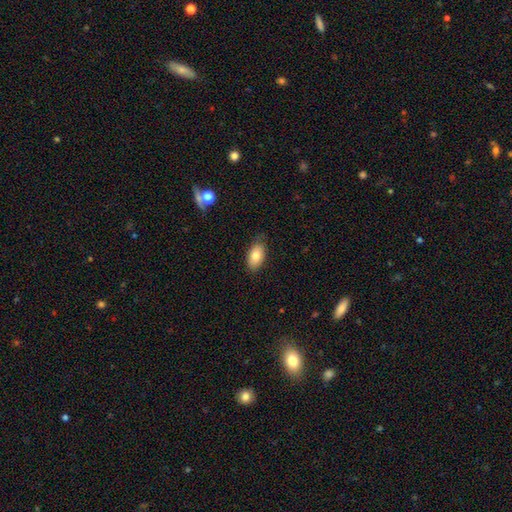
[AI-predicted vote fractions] smooth_or_featured: smooth (p=0.81) [alt: featured or disk p=0.11]
how_rounded: in between (p=0.93) [alt: round p=0.04]
merging: none (p=0.81) [alt: minor disturbance p=0.15]